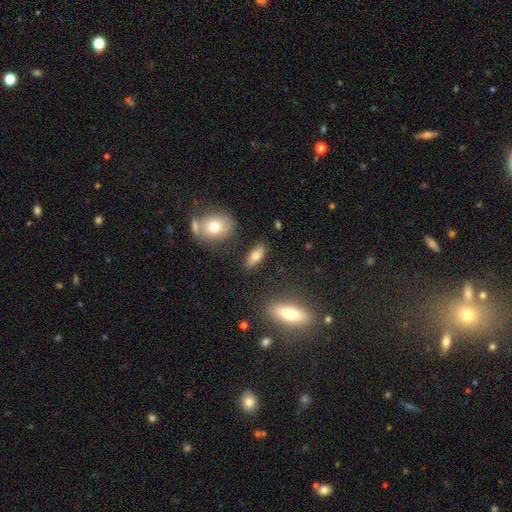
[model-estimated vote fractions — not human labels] A smooth galaxy with no disk features (75%) that is in between round and cigar-shaped (80%).

Vote fractions:
- Smooth or featured? smooth: 75% / featured or disk: 16% / star or artifact: 8%
- How rounded? in between: 80% / cigar-shaped: 16% / round: 4%
- Merging? none: 83% / minor disturbance: 10% / merger: 4% / major disturbance: 3%